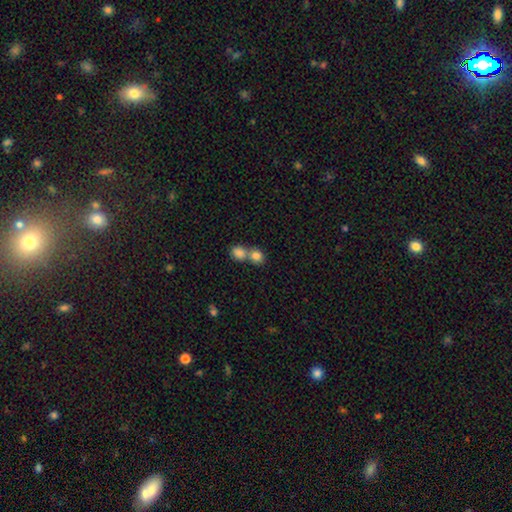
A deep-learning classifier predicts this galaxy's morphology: This appears to be a smooth galaxy with no disk features (83%) that is round (74%). Merging: merger (60%).